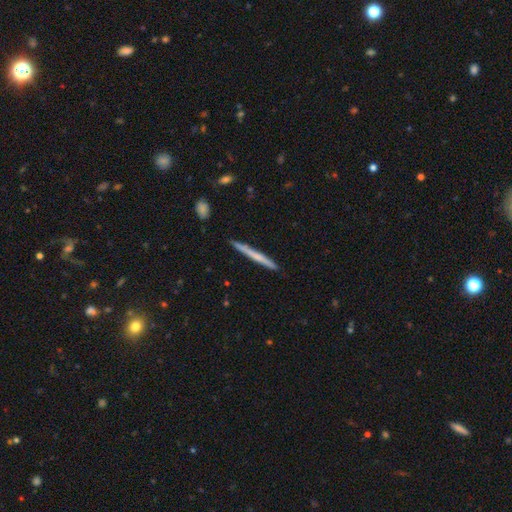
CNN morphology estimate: type=smooth (51%); roundness=cigar-shaped (97%); merging=none (91%).